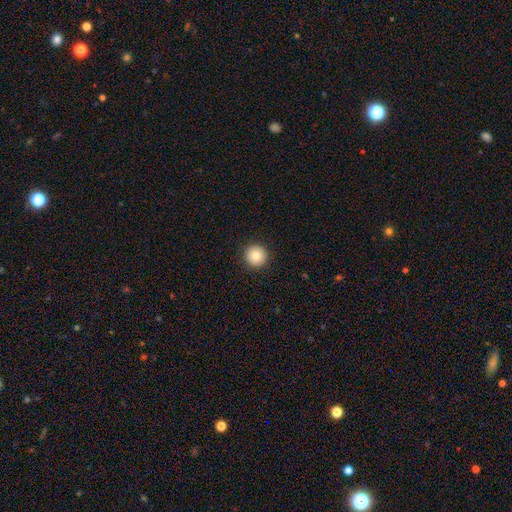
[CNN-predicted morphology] This appears to be a smooth galaxy with no disk features (86%) that is round (96%). Merging: none (93%).